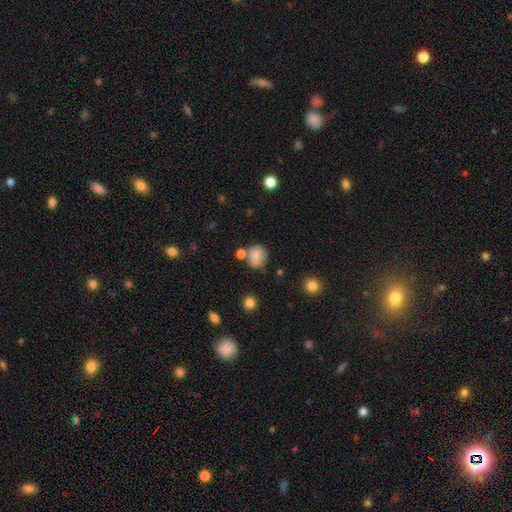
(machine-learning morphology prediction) Overall: smooth (79%). How rounded: round (78%). Merging: none (65%).